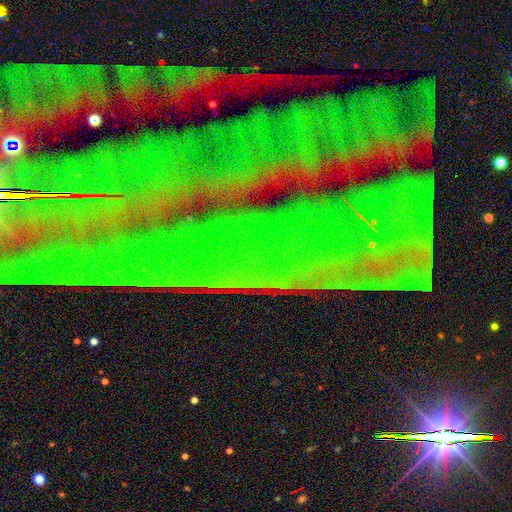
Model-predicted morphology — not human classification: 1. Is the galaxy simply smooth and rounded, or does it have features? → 86% star or artifact, 8% featured or disk, 6% smooth.